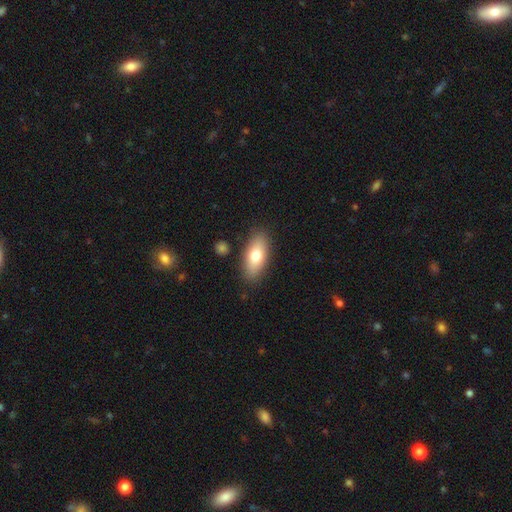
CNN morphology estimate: Smooth or featured?
  - smooth: 74% *
  - featured or disk: 20%
  - star or artifact: 7%
How rounded?
  - in between: 83% *
  - cigar-shaped: 13%
  - round: 4%
Merging?
  - none: 85% *
  - minor disturbance: 10%
  - major disturbance: 3%
  - merger: 2%